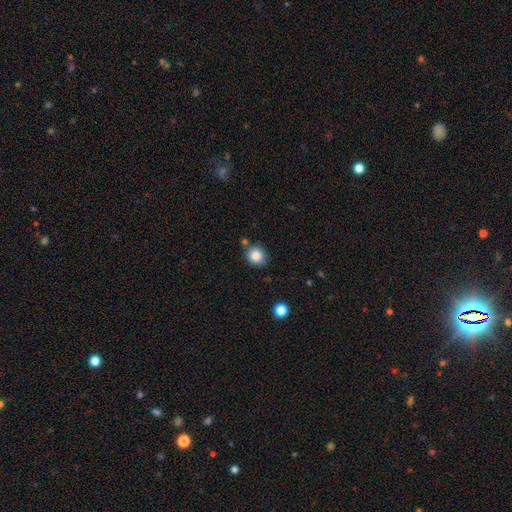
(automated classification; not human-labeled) smooth 84%, star or artifact 10%, featured or disk 6%. Down the decision tree: how rounded — round (81%); merging — none (81%).